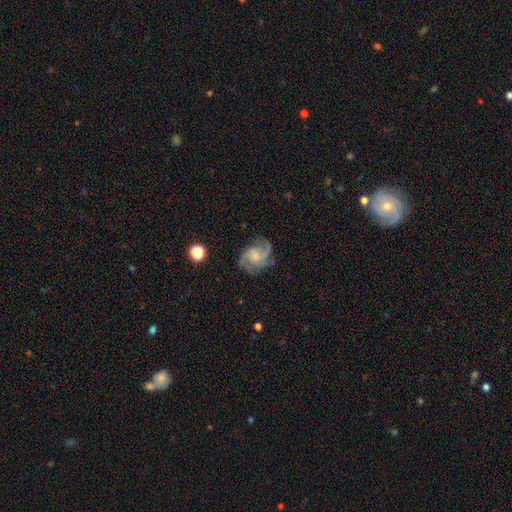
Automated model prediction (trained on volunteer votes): Smooth or featured?
  - featured or disk: 80% *
  - smooth: 13%
  - star or artifact: 7%
Edge-on disk?
  - no: 98% *
  - yes: 2%
Bar?
  - no: 62% *
  - weak: 33%
  - strong: 5%
Spiral arms?
  - yes: 95% *
  - no: 5%
Spiral winding?
  - medium: 52% *
  - loose: 26%
  - tight: 22%
Spiral arm count?
  - 2: 41% *
  - 3: 31%
  - can't tell: 12%
  - 4: 6%
  - 1: 6%
  - more than 4: 4%
Bulge size?
  - small: 37% *
  - moderate: 30%
  - none: 24%
  - large: 7%
  - dominant: 2%
Merging?
  - none: 68% *
  - minor disturbance: 18%
  - major disturbance: 12%
  - merger: 2%